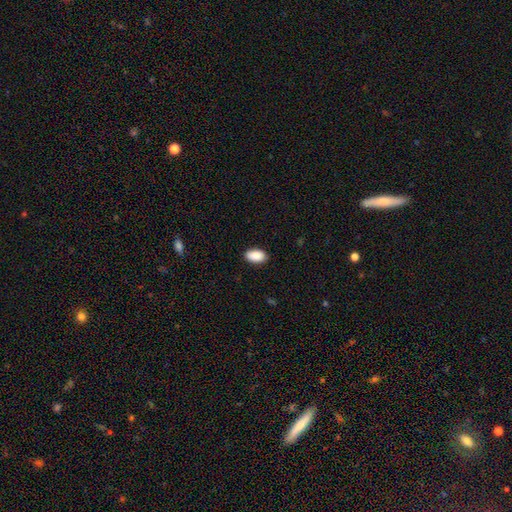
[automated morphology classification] This appears to be a smooth galaxy with no disk features (90%) that is in between round and cigar-shaped (94%). Merging: none (89%).